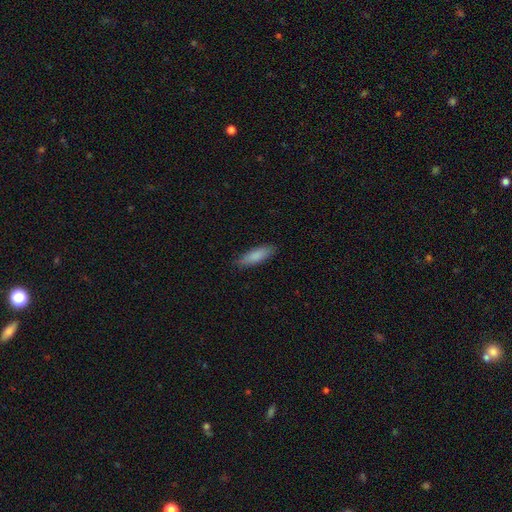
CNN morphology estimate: smooth 86%, featured or disk 9%, star or artifact 6%. Down the decision tree: how rounded — cigar-shaped (50%); merging — none (83%).